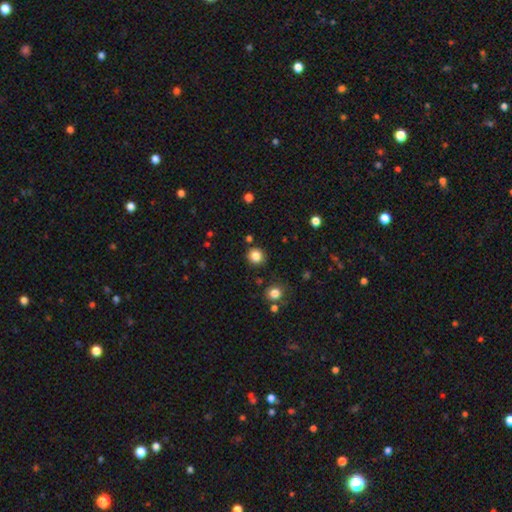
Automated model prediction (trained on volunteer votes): Smooth or featured?
  - smooth: 84% *
  - star or artifact: 12%
  - featured or disk: 4%
How rounded?
  - round: 91% *
  - in between: 8%
  - cigar-shaped: 1%
Merging?
  - none: 88% *
  - minor disturbance: 7%
  - merger: 3%
  - major disturbance: 2%